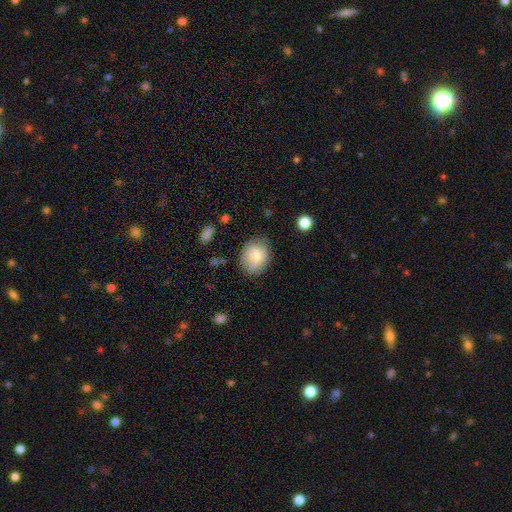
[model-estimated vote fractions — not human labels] This is clearly a smooth galaxy (80%). How rounded: possibly round (50%). Merging: likely none (68%).